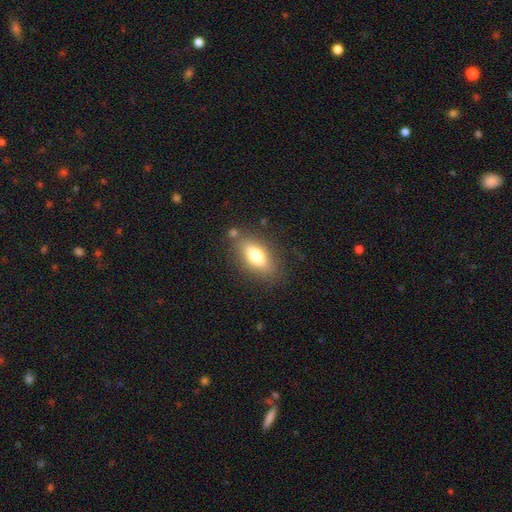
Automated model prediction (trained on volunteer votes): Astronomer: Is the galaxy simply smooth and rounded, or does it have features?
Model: smooth — 73%.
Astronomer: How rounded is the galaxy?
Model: in between — 81%.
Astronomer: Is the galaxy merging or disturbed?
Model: none — 77%.